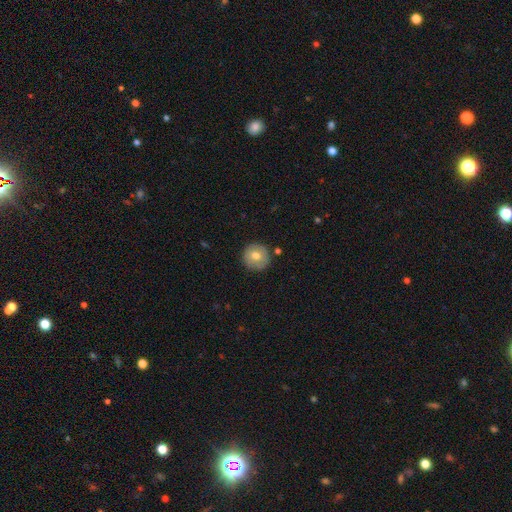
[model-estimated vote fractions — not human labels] Smooth or featured?
  - smooth: 72% *
  - featured or disk: 19%
  - star or artifact: 8%
How rounded?
  - round: 95% *
  - in between: 4%
  - cigar-shaped: 1%
Merging?
  - none: 87% *
  - minor disturbance: 8%
  - merger: 2%
  - major disturbance: 2%